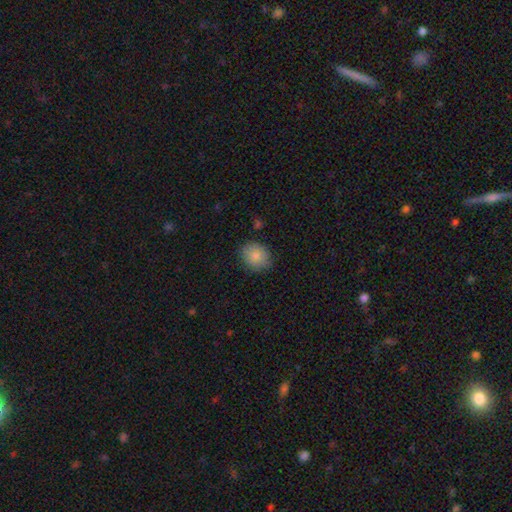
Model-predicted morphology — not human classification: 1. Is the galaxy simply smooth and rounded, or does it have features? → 86% smooth, 7% star or artifact, 7% featured or disk.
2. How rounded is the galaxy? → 63% round, 36% in between, 1% cigar-shaped.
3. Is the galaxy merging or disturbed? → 82% none, 14% minor disturbance, 3% major disturbance, 2% merger.